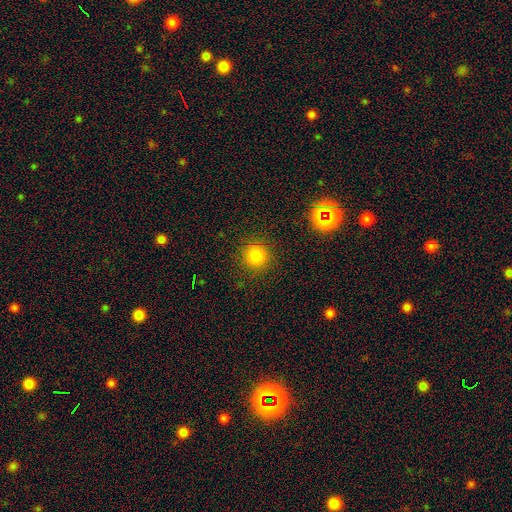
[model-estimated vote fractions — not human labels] A smooth galaxy with no disk features (81%) that is round (94%).

Vote fractions:
- Smooth or featured? smooth: 81% / star or artifact: 14% / featured or disk: 5%
- How rounded? round: 94% / in between: 5% / cigar-shaped: 1%
- Merging? none: 89% / minor disturbance: 6% / major disturbance: 3% / merger: 1%